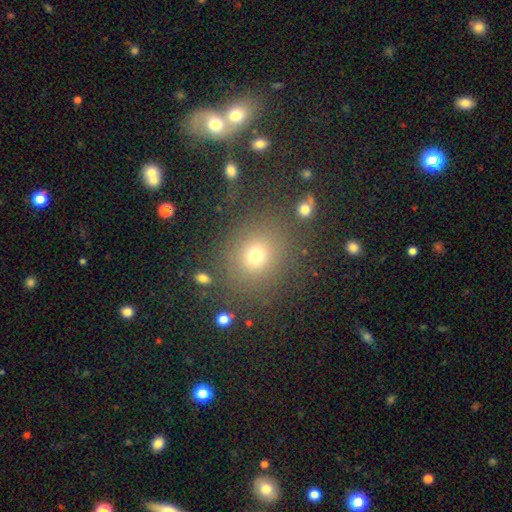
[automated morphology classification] Overall: smooth (71%). How rounded: round (79%). Merging: none (80%).